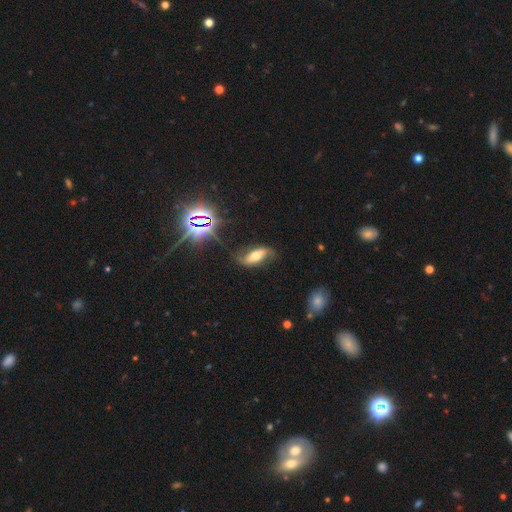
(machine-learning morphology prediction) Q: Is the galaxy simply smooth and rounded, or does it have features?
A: featured or disk — 52%.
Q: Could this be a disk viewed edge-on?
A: no — 82%.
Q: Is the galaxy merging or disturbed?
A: none — 66%.